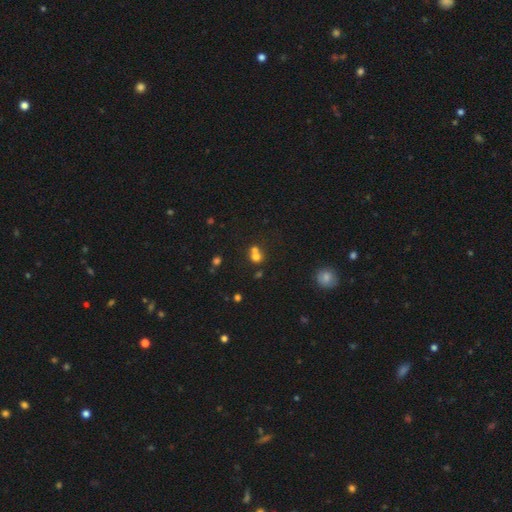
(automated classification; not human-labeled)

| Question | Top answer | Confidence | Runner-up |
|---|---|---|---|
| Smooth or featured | smooth | 68% | star or artifact (17%) |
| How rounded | round | 79% | in between (20%) |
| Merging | merger | 57% | none (34%) |